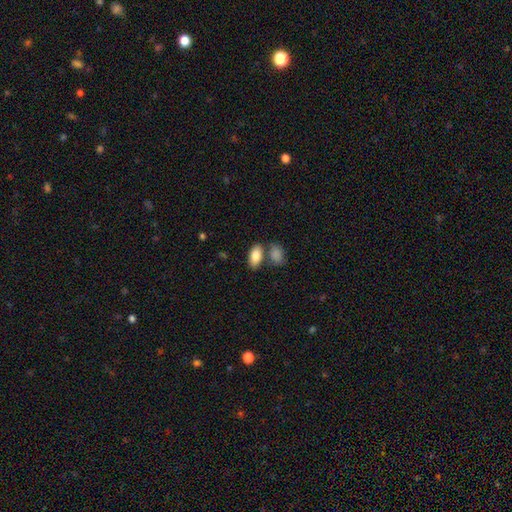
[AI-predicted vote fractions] A smooth galaxy with no disk features (85%) that is in between round and cigar-shaped (93%). Merging: none (65%).